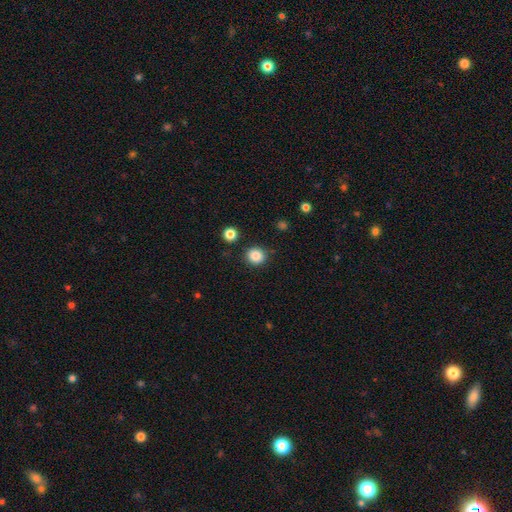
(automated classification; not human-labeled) A smooth galaxy with no disk features (86%) that is round (87%). Merging: none (88%).